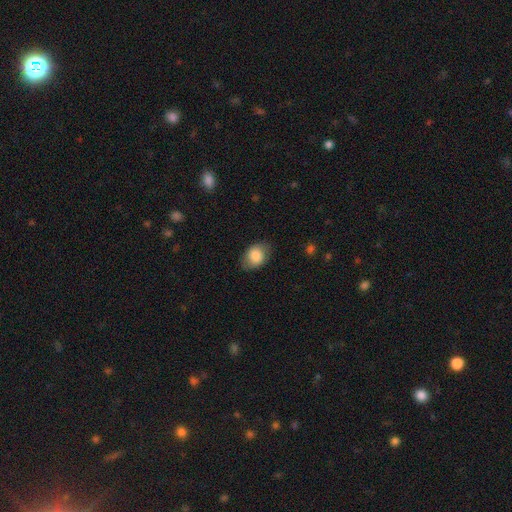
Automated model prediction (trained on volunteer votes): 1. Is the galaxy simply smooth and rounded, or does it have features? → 82% smooth, 11% featured or disk, 7% star or artifact.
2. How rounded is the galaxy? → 76% in between, 23% round, 1% cigar-shaped.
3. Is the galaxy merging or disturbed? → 78% none, 17% minor disturbance, 5% major disturbance, 1% merger.